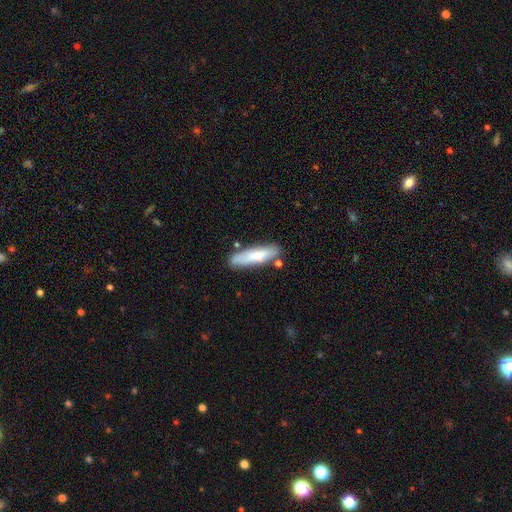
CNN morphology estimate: This appears to be a smooth galaxy with no disk features (73%) that is cigar-shaped (73%). Merging: none (76%).